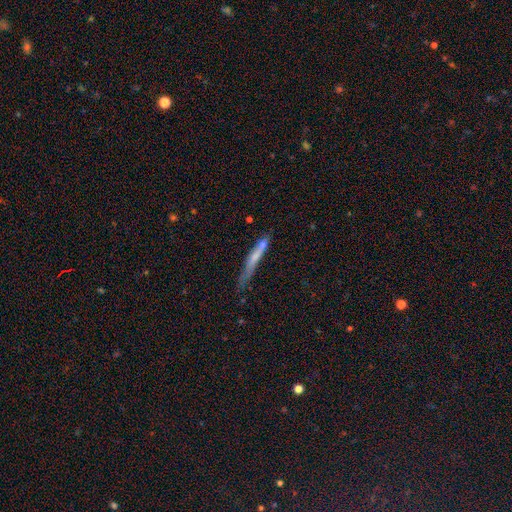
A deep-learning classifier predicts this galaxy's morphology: Smooth or featured? Predicted: smooth (p=0.55). How rounded? Predicted: cigar-shaped (p=0.94). Merging? Predicted: none (p=0.52).